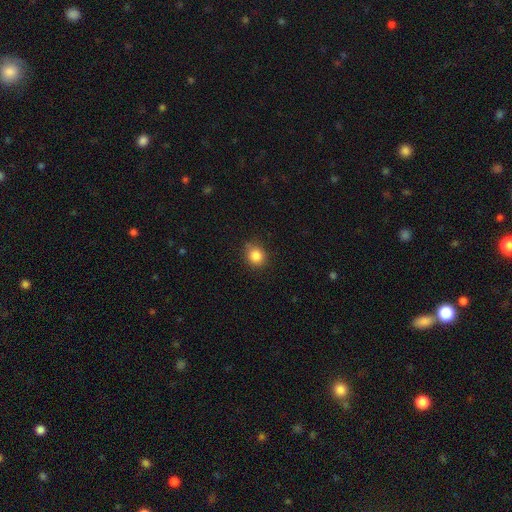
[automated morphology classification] smooth 85%, star or artifact 10%, featured or disk 5%. Down the decision tree: how rounded — round (78%); merging — none (82%).